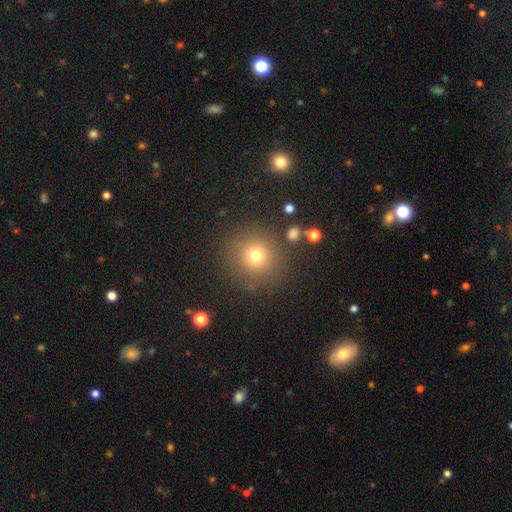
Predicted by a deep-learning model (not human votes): Morphology: type=smooth (73%); roundness=round (94%); merging=none (85%).